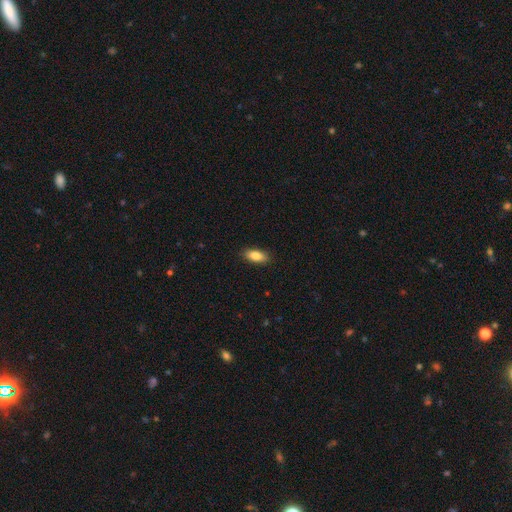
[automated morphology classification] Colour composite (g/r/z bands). It shows a smooth galaxy with no disk features (84%) that is in between round and cigar-shaped (86%). Merging: none (89%).